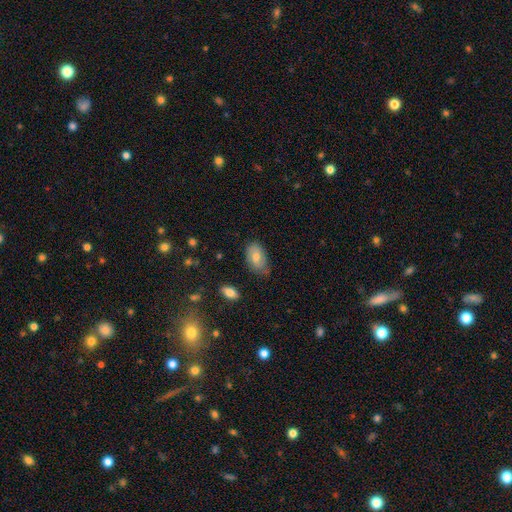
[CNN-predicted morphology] smooth-or-featured: smooth: 69% | featured or disk: 23% | star or artifact: 8%
  how-rounded: in between: 92% | round: 6% | cigar-shaped: 2%
  merging: none: 65% | minor disturbance: 27% | major disturbance: 5% | merger: 2%